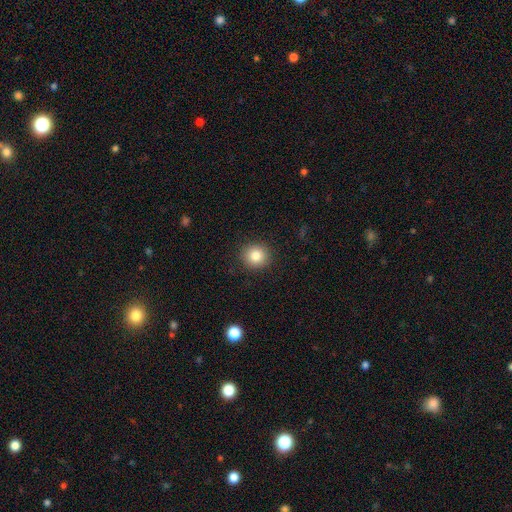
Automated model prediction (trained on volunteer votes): Q: Smooth or featured?
A: smooth (84%); runner-up: star or artifact (10%)
Q: How rounded?
A: round (90%); runner-up: in between (9%)
Q: Merging?
A: none (91%); runner-up: minor disturbance (6%)